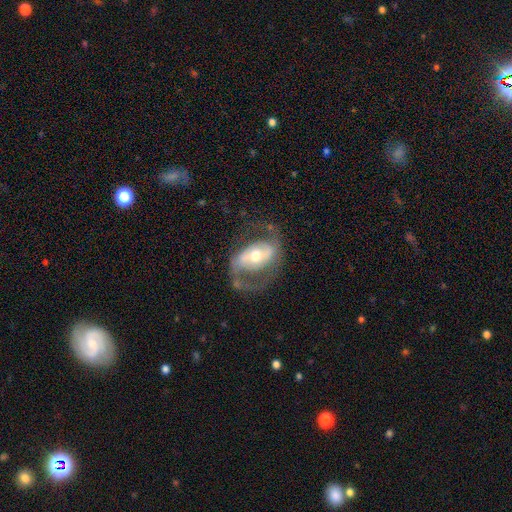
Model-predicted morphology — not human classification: Smooth or featured? Predicted: featured or disk (p=0.79). Edge-on disk? Predicted: no (p=0.95). Bar? Predicted: no (p=0.39). Spiral arms? Predicted: yes (p=0.80). Spiral winding? Predicted: medium (p=0.48). Spiral arm count? Predicted: 2 (p=0.81). Bulge size? Predicted: moderate (p=0.71). Merging? Predicted: none (p=0.56).